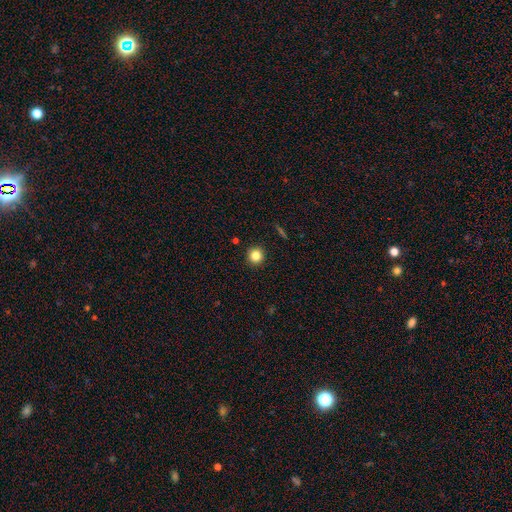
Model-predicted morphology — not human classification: smooth_or_featured: smooth (p=0.82) [alt: star or artifact p=0.12]
how_rounded: round (p=0.94) [alt: in between p=0.05]
merging: none (p=0.92) [alt: minor disturbance p=0.05]